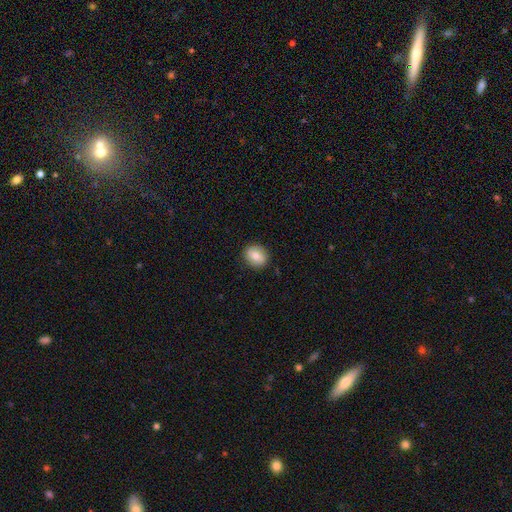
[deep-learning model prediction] A smooth galaxy with no disk features (78%) that is round (68%). Merging: none (88%).